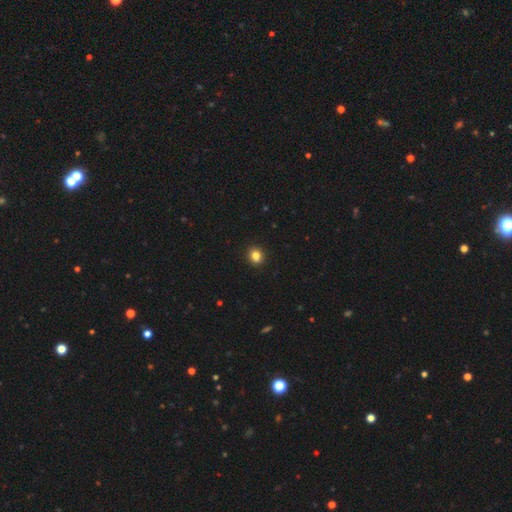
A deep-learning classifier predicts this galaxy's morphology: The model was most divided on "how rounded": round: 76%, in between: 23%, cigar-shaped: 1%. More confident: merging — none (92%); smooth or featured — smooth (84%).